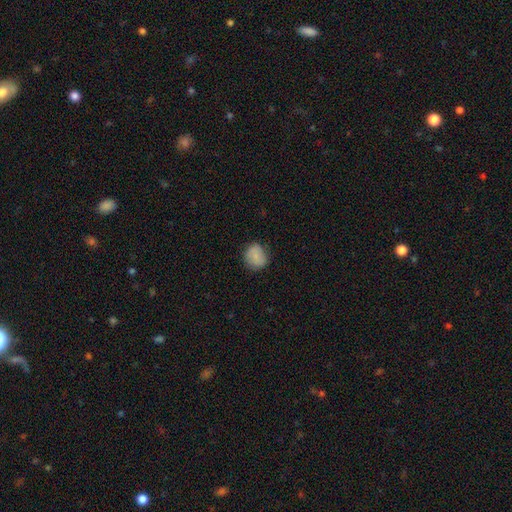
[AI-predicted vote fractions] smooth-or-featured: smooth: 79% | featured or disk: 13% | star or artifact: 8%
  how-rounded: round: 80% | in between: 19% | cigar-shaped: 1%
  merging: none: 79% | minor disturbance: 16% | major disturbance: 4% | merger: 1%